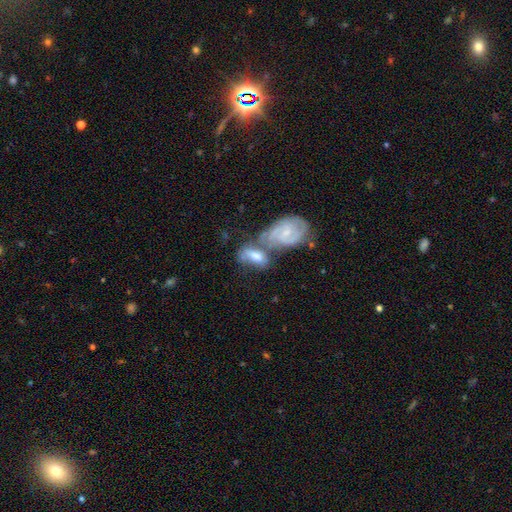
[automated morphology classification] Overall: featured or disk (60%; smooth 33%). Edge-on disk: no (93%). Bar: weak (43%; no 42%). Spiral arms: yes (83%). Bulge size: small (50%; moderate 36%). Merging: merger (57%; none 23%).